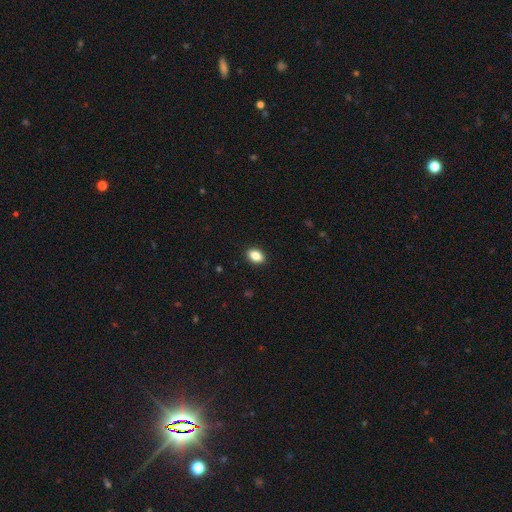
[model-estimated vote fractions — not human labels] Smooth or featured: smooth — 85% (star or artifact — 9%)
How rounded: in between — 81% (round — 17%)
Merging: none — 91% (minor disturbance — 7%)